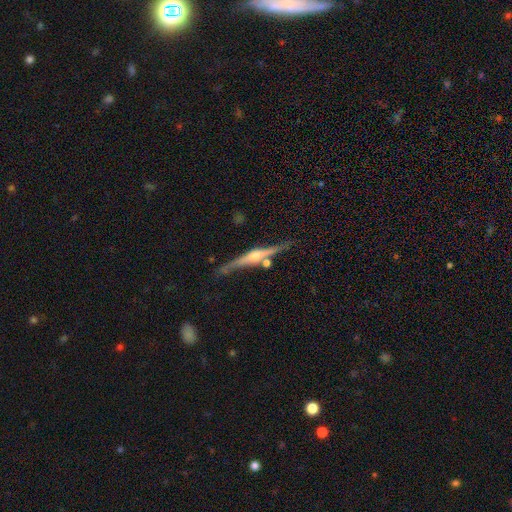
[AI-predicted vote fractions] smooth_or_featured: featured or disk (p=0.76) [alt: smooth p=0.18]
disk_edge_on: yes (p=0.97) [alt: no p=0.03]
edge_on_bulge: rounded (p=0.70) [alt: boxy p=0.21]
merging: none (p=0.75) [alt: minor disturbance p=0.14]